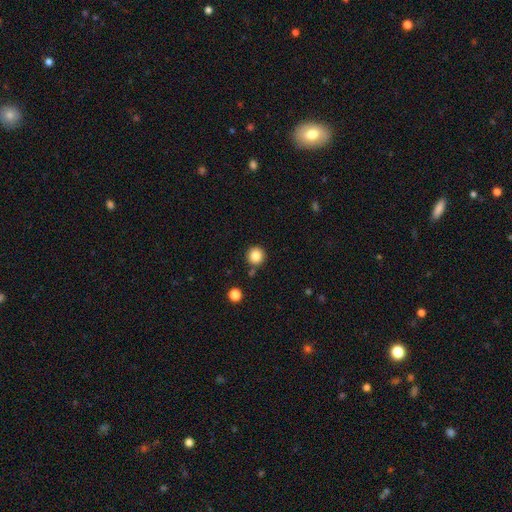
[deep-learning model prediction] Smooth or featured? smooth (84%)
How rounded? round (95%)
Merging? none (85%)